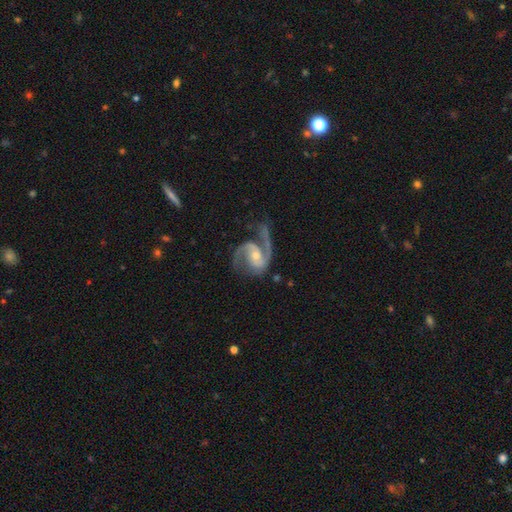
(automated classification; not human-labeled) Smooth or featured? featured or disk (91%)
Edge-on disk? no (98%)
Bar? no (45%)
Spiral arms? yes (98%)
Spiral winding? medium (56%)
Spiral arm count? 2 (86%)
Bulge size? moderate (46%)
Merging? none (56%)